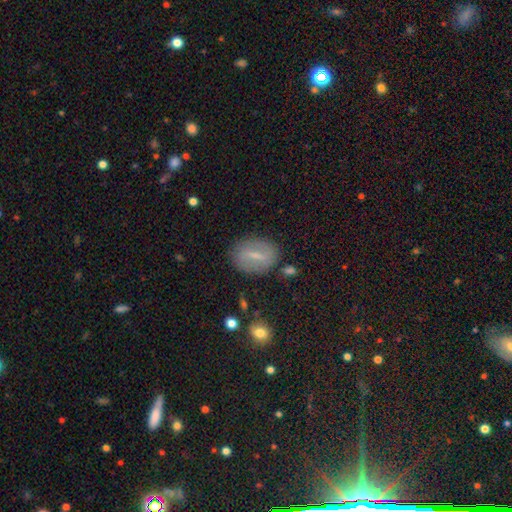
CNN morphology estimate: Smooth or featured? Predicted: smooth (p=0.45, tied with featured or disk). Merging? Predicted: none (p=0.81).